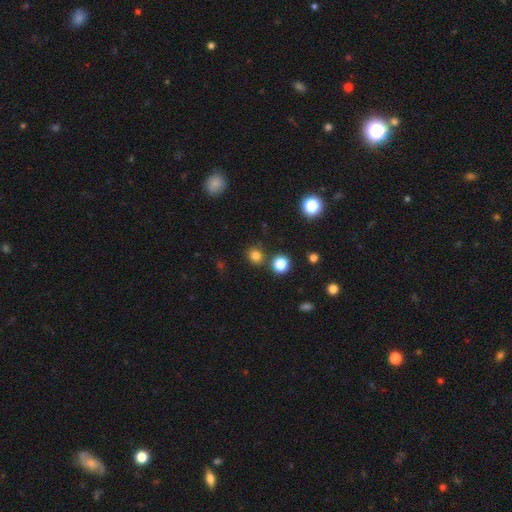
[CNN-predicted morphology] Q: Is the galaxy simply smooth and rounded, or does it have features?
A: smooth — 79%.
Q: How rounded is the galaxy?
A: round — 85%.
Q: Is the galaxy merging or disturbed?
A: none — 82%.